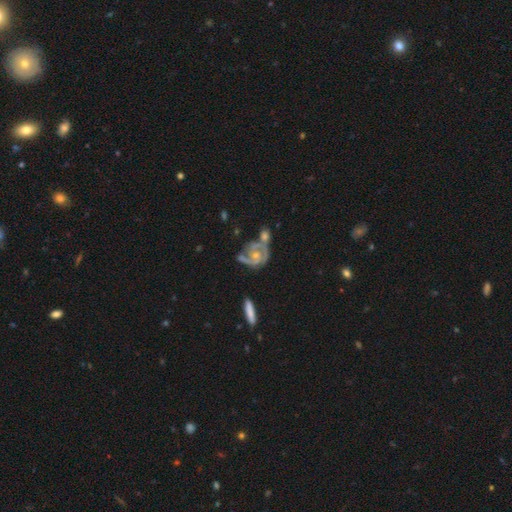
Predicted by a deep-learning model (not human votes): featured or disk 85%, smooth 9%, star or artifact 5%. Down the decision tree: edge-on disk — no (97%); bar — no (68%); spiral arms — yes (94%); spiral arm count — 2 (62%); spiral winding — tight (50%); bulge size — small (50%); merging — none (38%).